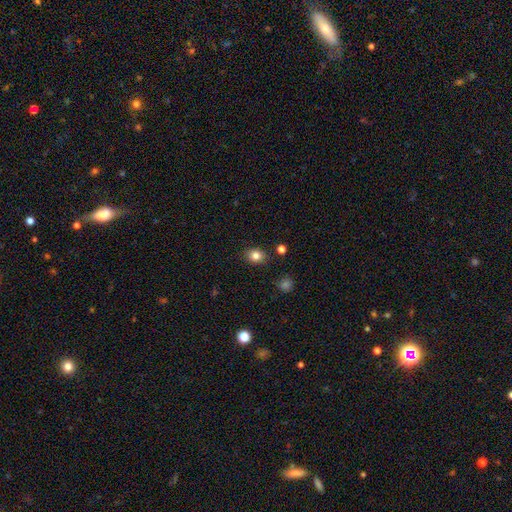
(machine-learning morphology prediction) smooth 82%, star or artifact 11%, featured or disk 7%. Down the decision tree: how rounded — round (52%); merging — none (87%).